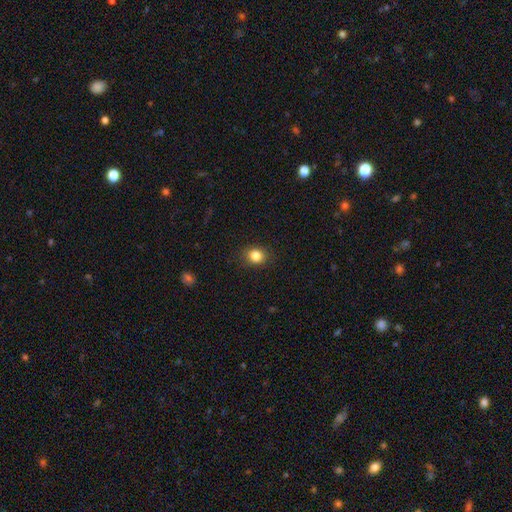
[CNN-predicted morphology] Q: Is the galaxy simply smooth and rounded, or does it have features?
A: smooth — 84%.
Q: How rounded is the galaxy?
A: round — 64%.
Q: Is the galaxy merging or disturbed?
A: none — 87%.